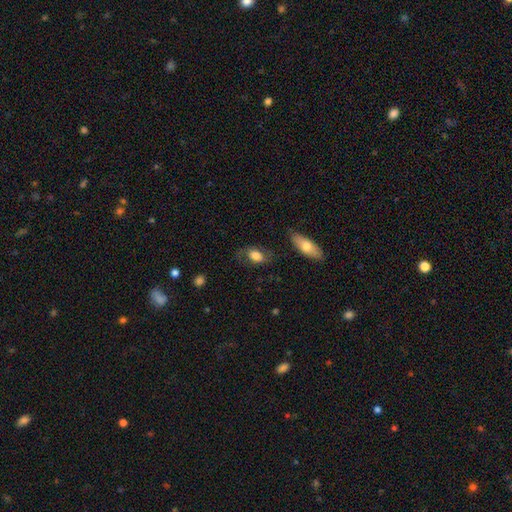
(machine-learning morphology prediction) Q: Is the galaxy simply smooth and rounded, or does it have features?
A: smooth — 64%.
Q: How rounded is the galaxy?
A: in between — 85%.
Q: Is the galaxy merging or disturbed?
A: none — 60%.